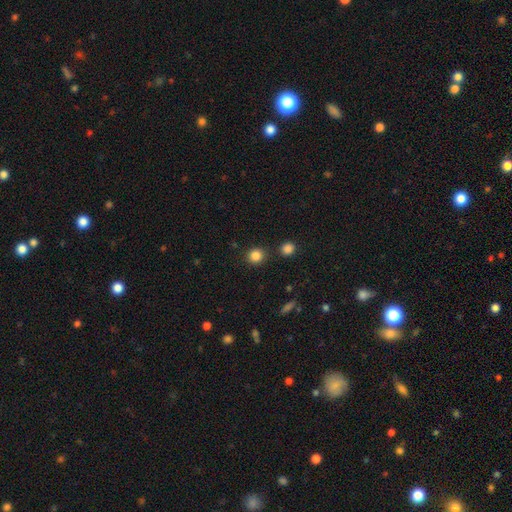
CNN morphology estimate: Smooth or featured? smooth (85%)
How rounded? round (88%)
Merging? none (85%)